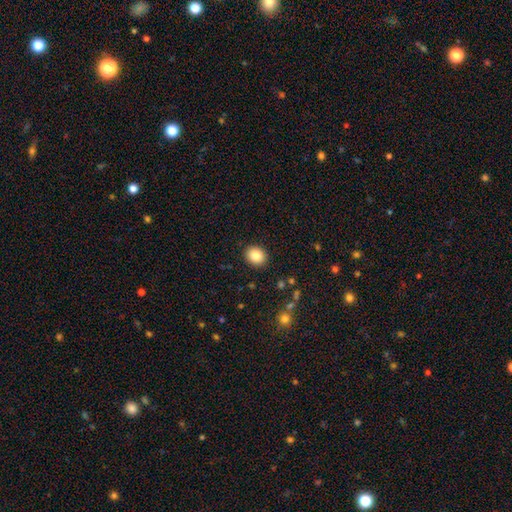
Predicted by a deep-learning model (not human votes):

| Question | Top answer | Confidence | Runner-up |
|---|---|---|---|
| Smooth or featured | smooth | 85% | star or artifact (9%) |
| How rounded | round | 66% | in between (33%) |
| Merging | none | 91% | minor disturbance (6%) |